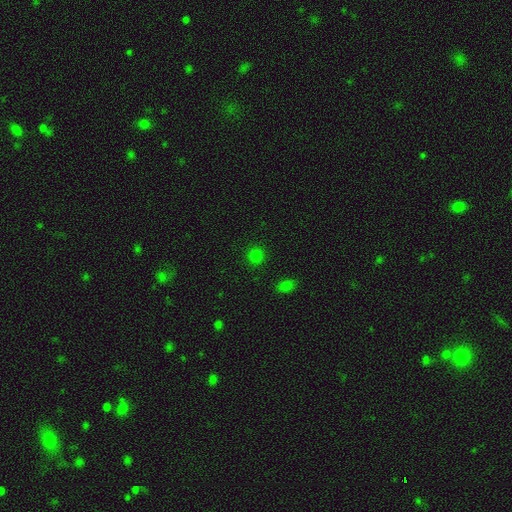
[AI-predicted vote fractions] This appears to be a smooth galaxy with no disk features (79%) that is round (87%). Merging: none (89%).